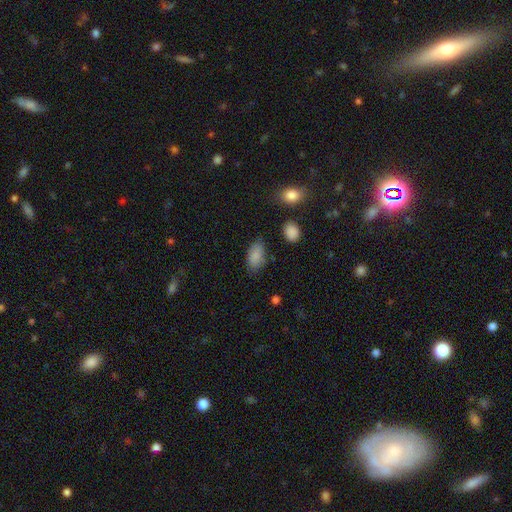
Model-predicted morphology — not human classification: A smooth galaxy with no disk features (87%) that is in between round and cigar-shaped (93%).

Vote fractions:
- Smooth or featured? smooth: 87% / star or artifact: 8% / featured or disk: 5%
- How rounded? in between: 93% / round: 4% / cigar-shaped: 2%
- Merging? none: 76% / minor disturbance: 17% / major disturbance: 4% / merger: 3%